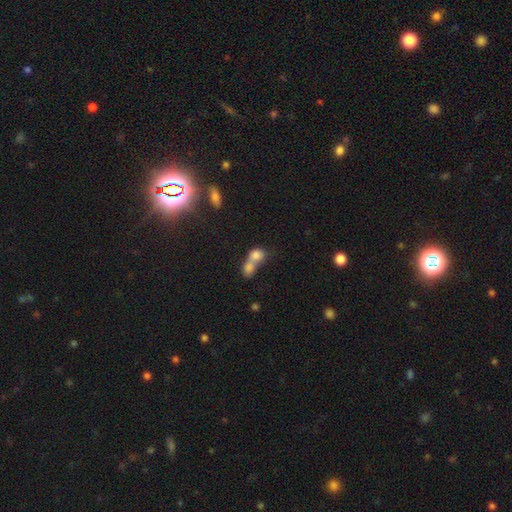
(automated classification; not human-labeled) A smooth galaxy with no disk features (76%) that is in between round and cigar-shaped (50%).

Vote fractions:
- Smooth or featured? smooth: 76% / featured or disk: 14% / star or artifact: 10%
- How rounded? in between: 50% / round: 47% / cigar-shaped: 3%
- Merging? merger: 77% / none: 14% / minor disturbance: 5% / major disturbance: 4%